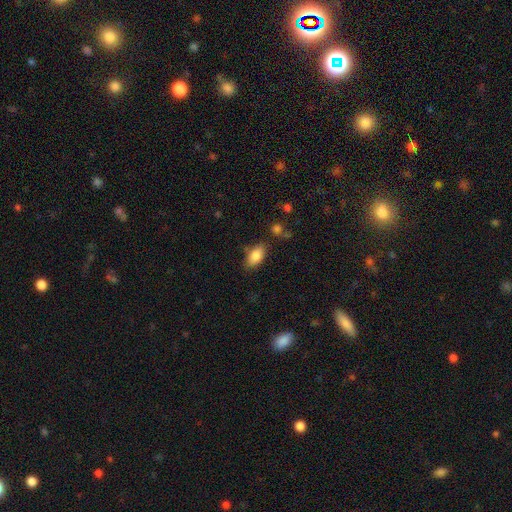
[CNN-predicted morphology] Smooth or featured? Predicted: smooth (p=0.84). How rounded? Predicted: in between (p=0.90). Merging? Predicted: none (p=0.76).